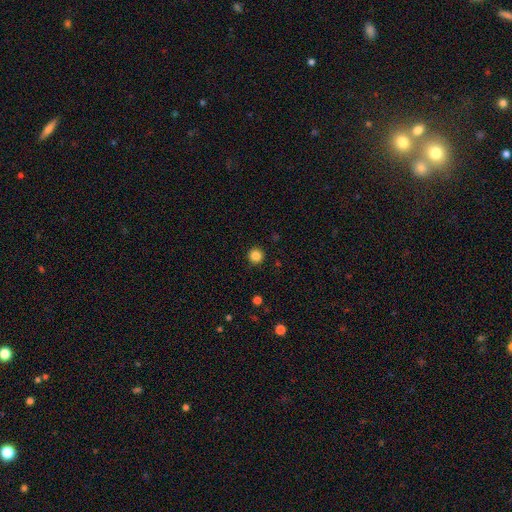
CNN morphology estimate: A smooth galaxy with no disk features (85%) that is round (95%).

Vote fractions:
- Smooth or featured? smooth: 85% / star or artifact: 12% / featured or disk: 4%
- How rounded? round: 95% / in between: 4% / cigar-shaped: 1%
- Merging? none: 92% / minor disturbance: 5% / major disturbance: 2% / merger: 1%